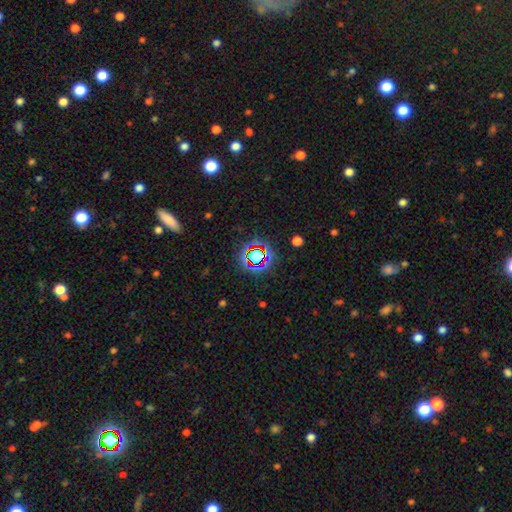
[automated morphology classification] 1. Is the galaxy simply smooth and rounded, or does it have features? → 67% star or artifact, 22% smooth, 10% featured or disk.